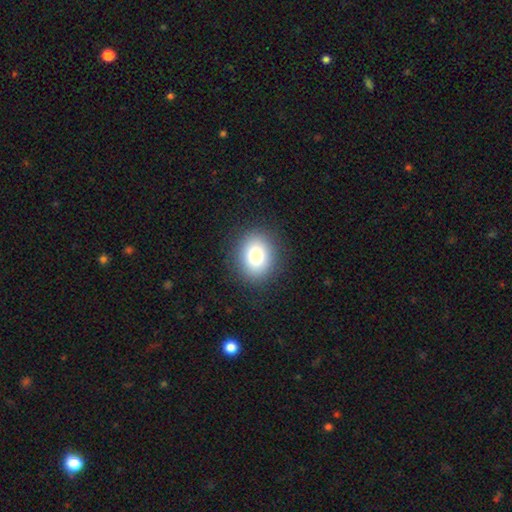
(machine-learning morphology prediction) Smooth or featured? smooth (81%)
How rounded? round (53%)
Merging? none (88%)